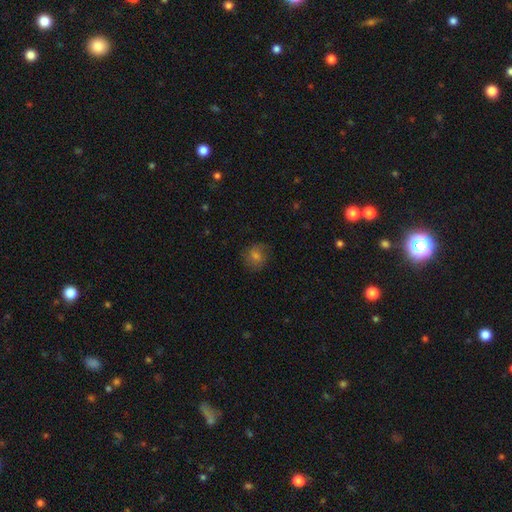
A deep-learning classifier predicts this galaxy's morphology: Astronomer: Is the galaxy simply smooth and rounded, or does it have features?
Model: smooth — 62%.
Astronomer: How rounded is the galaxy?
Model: round — 84%.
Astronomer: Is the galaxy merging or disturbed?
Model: none — 78%.